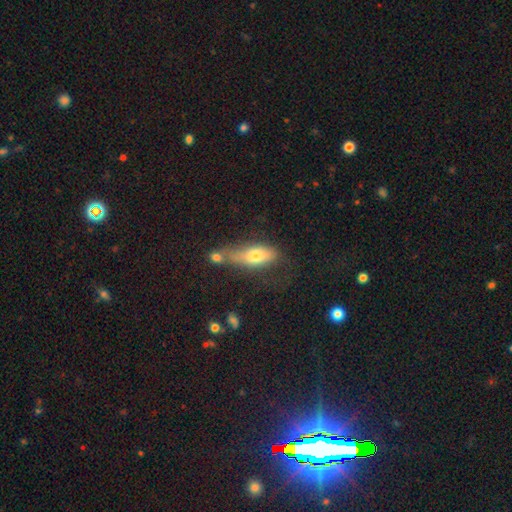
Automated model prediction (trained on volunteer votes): Smooth or featured?
  - smooth: 66% *
  - featured or disk: 25%
  - star or artifact: 8%
How rounded?
  - in between: 66% *
  - cigar-shaped: 30%
  - round: 4%
Merging?
  - none: 37% *
  - merger: 25%
  - minor disturbance: 23%
  - major disturbance: 16%